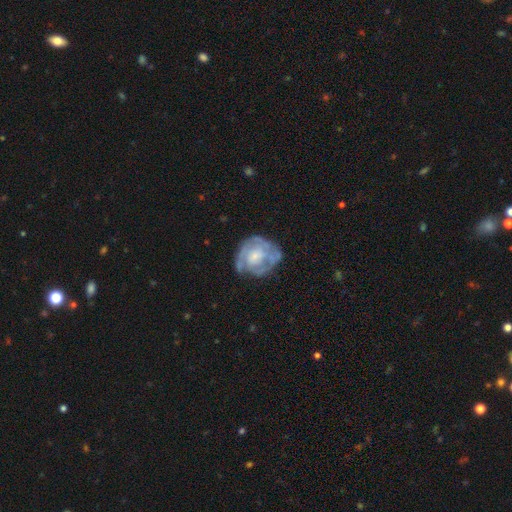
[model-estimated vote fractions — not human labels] Overall: featured or disk (71%). Edge-on disk: no (98%). Bar: no (74%). Spiral arms: yes (68%; no 32%). Bulge size: small (43%; moderate 34%). Merging: none (60%; minor disturbance 24%).